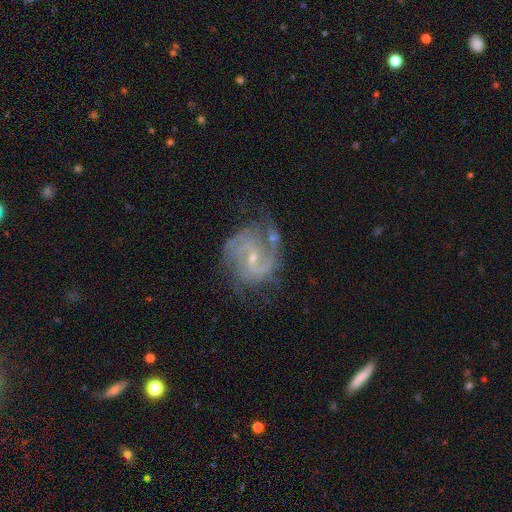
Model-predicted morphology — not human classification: Smooth or featured?
  - featured or disk: 83% *
  - star or artifact: 9%
  - smooth: 8%
Edge-on disk?
  - no: 97% *
  - yes: 3%
Bar?
  - weak: 47% *
  - no: 38%
  - strong: 15%
Spiral arms?
  - yes: 95% *
  - no: 5%
Spiral winding?
  - medium: 48% *
  - tight: 35%
  - loose: 17%
Spiral arm count?
  - 2: 53% *
  - can't tell: 18%
  - 3: 15%
  - 4: 5%
  - 1: 5%
  - more than 4: 4%
Bulge size?
  - small: 70% *
  - moderate: 24%
  - none: 3%
  - large: 1%
  - dominant: 1%
Merging?
  - none: 64% *
  - minor disturbance: 20%
  - major disturbance: 12%
  - merger: 3%